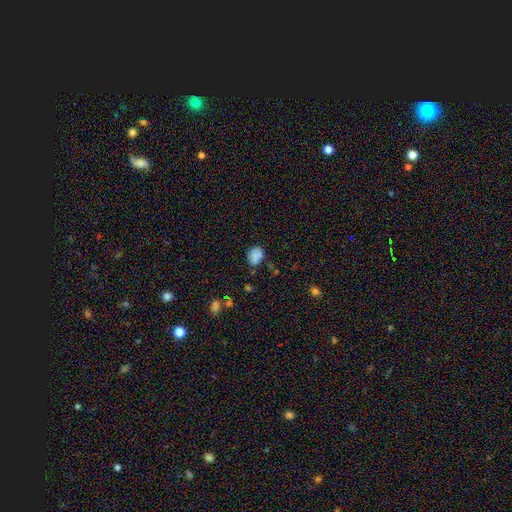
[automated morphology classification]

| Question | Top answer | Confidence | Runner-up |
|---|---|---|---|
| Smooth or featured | smooth | 81% | star or artifact (12%) |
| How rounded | in between | 63% | round (36%) |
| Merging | none | 62% | minor disturbance (28%) |